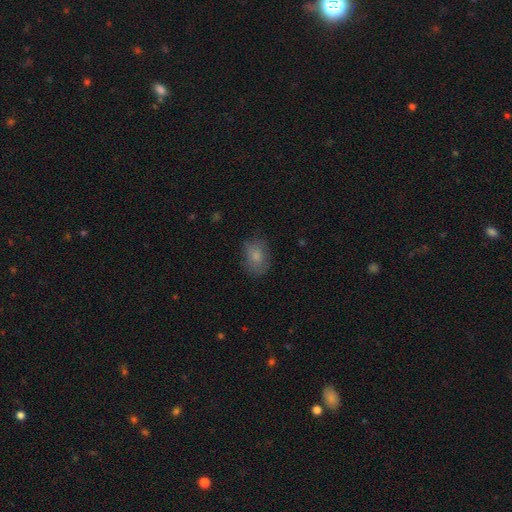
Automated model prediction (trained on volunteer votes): This is likely a smooth galaxy (78%). How rounded: likely in between (68%). Merging: likely none (72%).